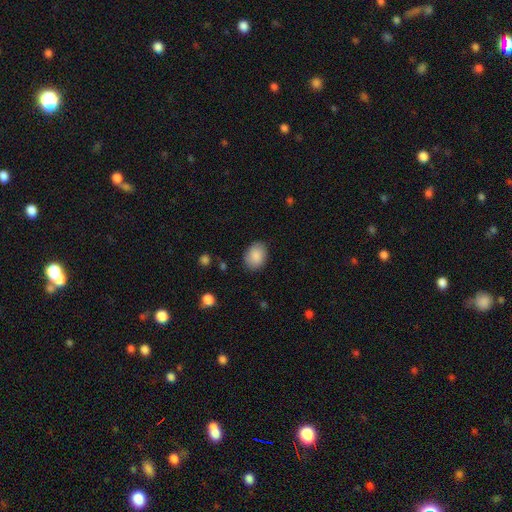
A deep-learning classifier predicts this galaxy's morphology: This appears to be a smooth galaxy with no disk features (88%) that is in between round and cigar-shaped (70%). Merging: none (84%).